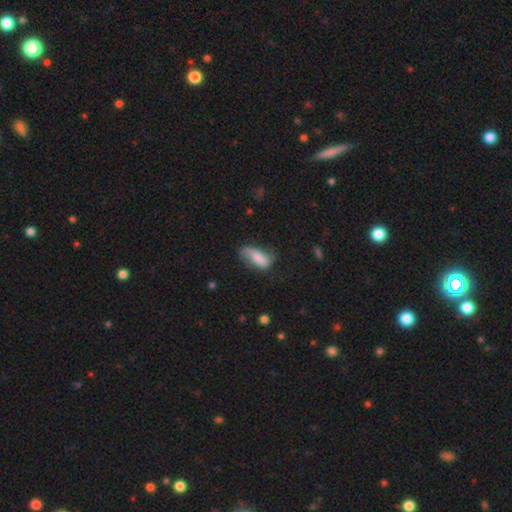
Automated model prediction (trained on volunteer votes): This appears to be a smooth galaxy with no disk features (66%) that is in between round and cigar-shaped (80%). Merging: none (48%).